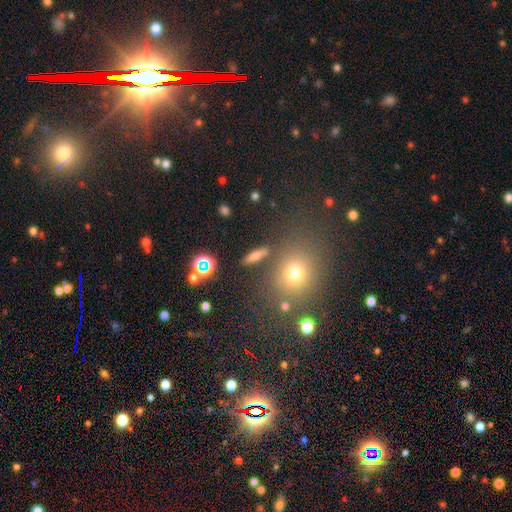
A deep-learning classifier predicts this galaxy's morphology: smooth_or_featured: smooth (p=0.68) [alt: featured or disk p=0.17]
how_rounded: cigar-shaped (p=0.62) [alt: in between p=0.27]
merging: none (p=0.84) [alt: minor disturbance p=0.08]